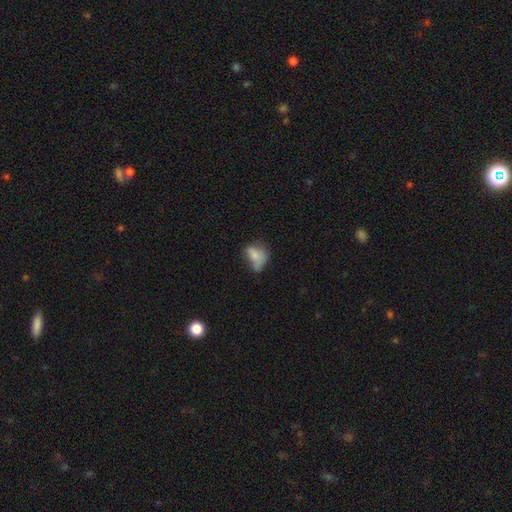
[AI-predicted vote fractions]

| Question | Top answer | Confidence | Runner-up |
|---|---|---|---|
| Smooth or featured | smooth | 70% | featured or disk (18%) |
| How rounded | in between | 79% | round (18%) |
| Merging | minor disturbance | 31% | major disturbance (29%) |